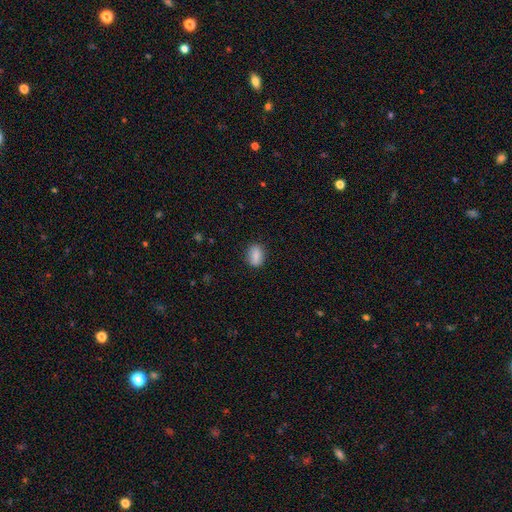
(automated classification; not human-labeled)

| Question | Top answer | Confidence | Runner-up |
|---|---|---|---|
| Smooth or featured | smooth | 84% | star or artifact (8%) |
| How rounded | in between | 74% | round (20%) |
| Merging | none | 82% | minor disturbance (13%) |